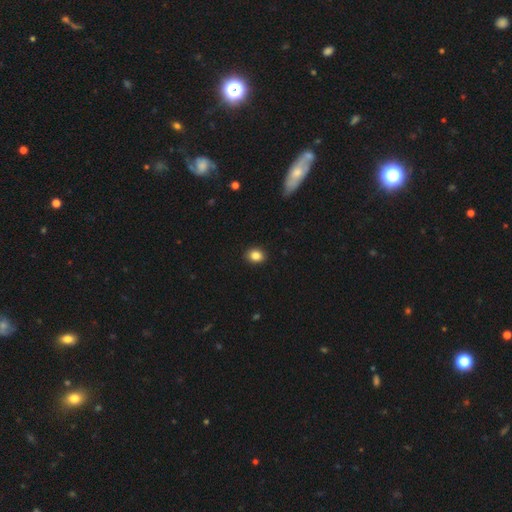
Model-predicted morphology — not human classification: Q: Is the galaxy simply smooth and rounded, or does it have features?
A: smooth — 86%.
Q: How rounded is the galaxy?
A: in between — 52%.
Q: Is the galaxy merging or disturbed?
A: none — 90%.